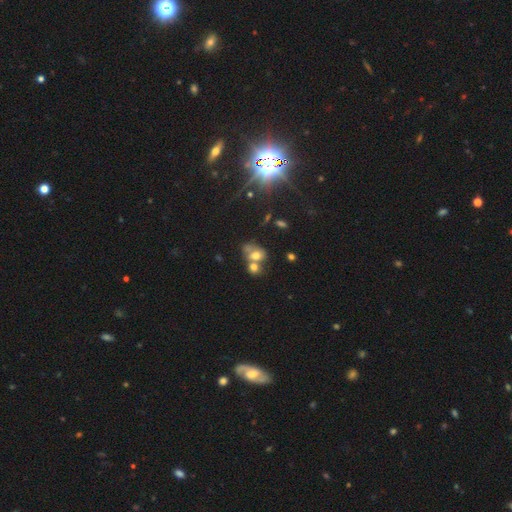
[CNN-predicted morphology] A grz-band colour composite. It shows a smooth galaxy with no disk features (63%) that is in between round and cigar-shaped (50%). Merging: merger (57%).